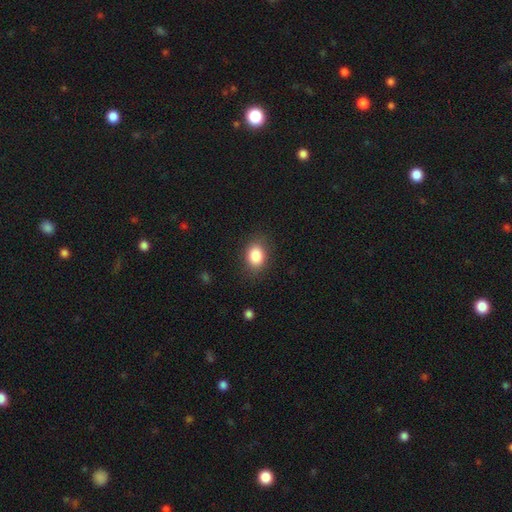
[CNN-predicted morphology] This is clearly a smooth galaxy (86%). How rounded: likely in between (65%). Merging: clearly none (82%).